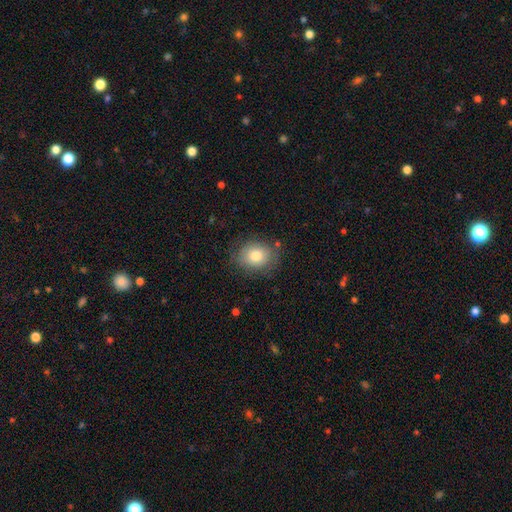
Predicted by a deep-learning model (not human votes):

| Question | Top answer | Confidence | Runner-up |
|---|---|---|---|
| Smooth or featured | smooth | 79% | featured or disk (12%) |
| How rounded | round | 52% | in between (47%) |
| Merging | none | 77% | minor disturbance (16%) |